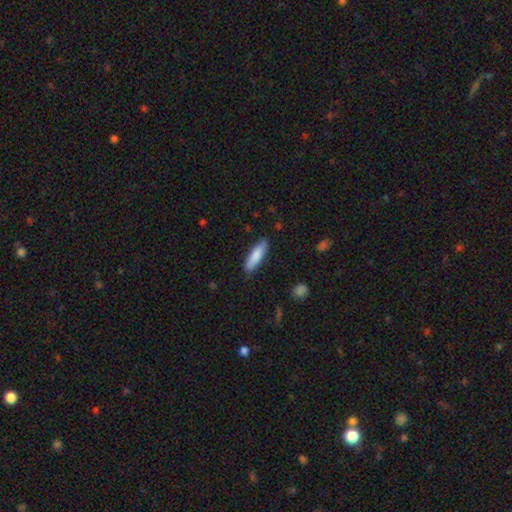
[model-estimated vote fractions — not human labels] Overall: smooth (82%). How rounded: cigar-shaped (62%; in between 37%). Merging: none (86%).